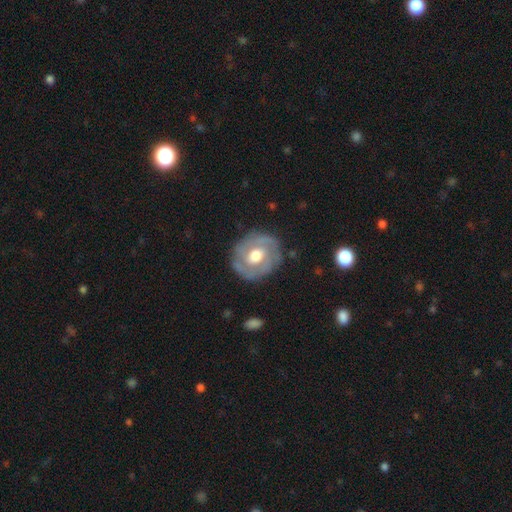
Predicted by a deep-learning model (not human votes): This appears to be a featured or disk galaxy (74%) with no bar (67%), 2 (51%) tight (59%) spiral arms (74%) and a moderate central bulge (64%). Merging: none (80%).